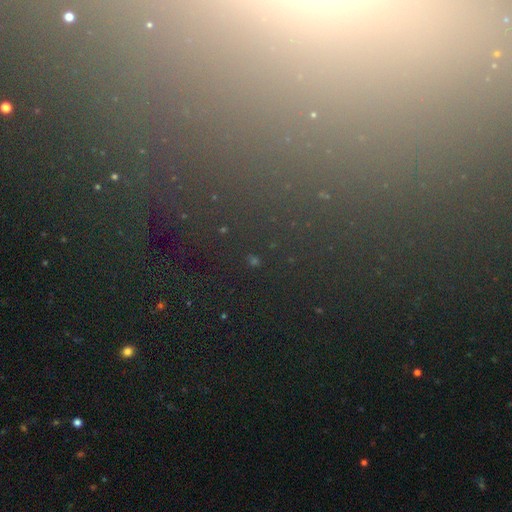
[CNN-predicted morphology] Smooth or featured? Predicted: star or artifact (p=0.73).